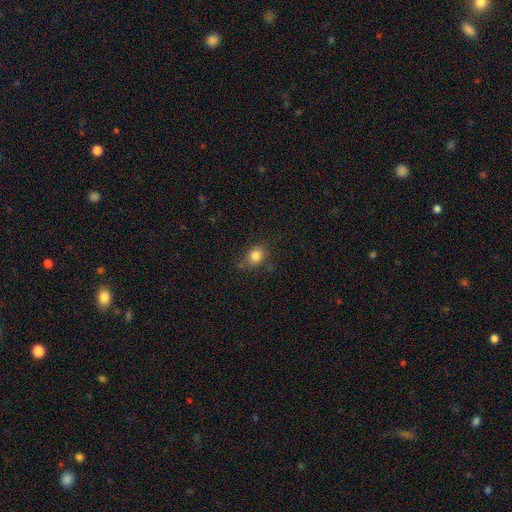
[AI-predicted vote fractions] Smooth or featured: smooth — 82% (star or artifact — 11%)
How rounded: round — 68% (in between — 31%)
Merging: none — 71% (minor disturbance — 21%)